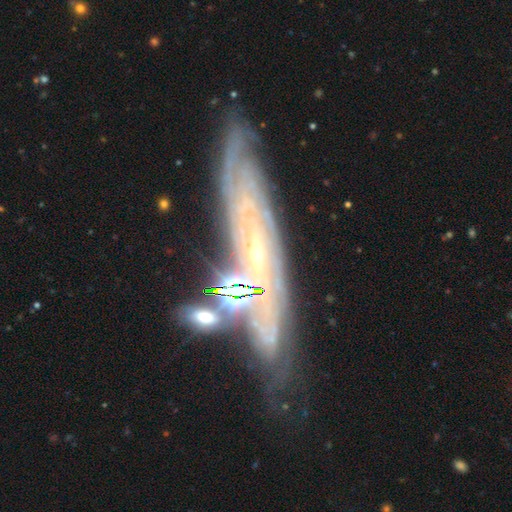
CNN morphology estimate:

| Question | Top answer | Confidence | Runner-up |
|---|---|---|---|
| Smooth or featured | featured or disk | 85% | smooth (7%) |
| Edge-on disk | no | 73% | yes (27%) |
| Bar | no | 60% | weak (28%) |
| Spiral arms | yes | 94% | no (6%) |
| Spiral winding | tight | 73% | medium (22%) |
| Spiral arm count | can't tell | 44% | 2 (16%) |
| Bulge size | small | 82% | moderate (13%) |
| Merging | none | 66% | minor disturbance (18%) |